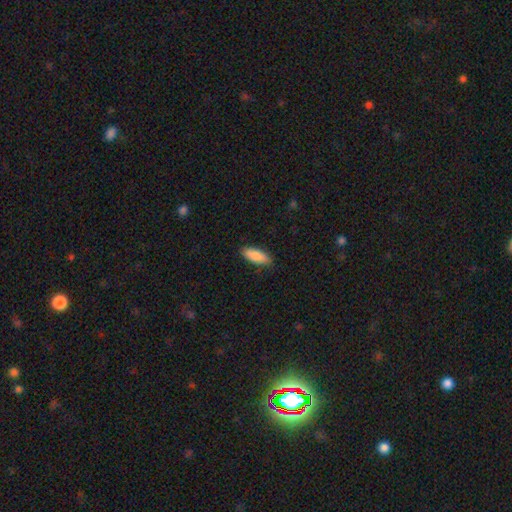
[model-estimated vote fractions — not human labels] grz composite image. It shows a smooth galaxy with no disk features (88%) that is in between round and cigar-shaped (70%). Merging: none (85%).